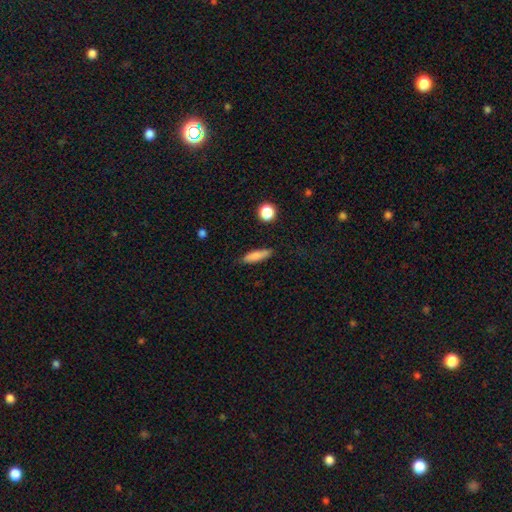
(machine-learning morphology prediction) Smooth or featured? Predicted: smooth (p=0.82). How rounded? Predicted: cigar-shaped (p=0.68). Merging? Predicted: none (p=0.84).